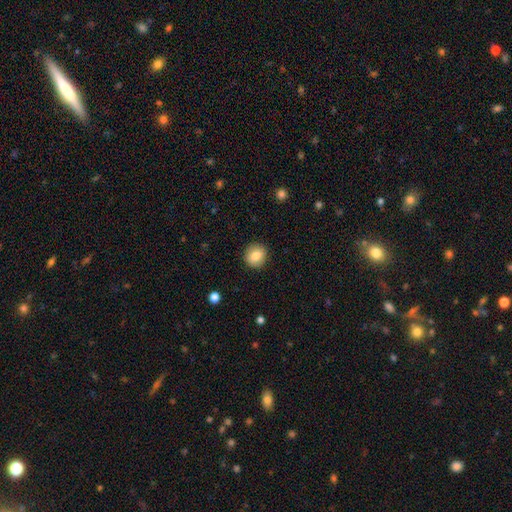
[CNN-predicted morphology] The model was most divided on "how rounded": round: 84%, in between: 15%, cigar-shaped: 1%. More confident: merging — none (90%); smooth or featured — smooth (85%).